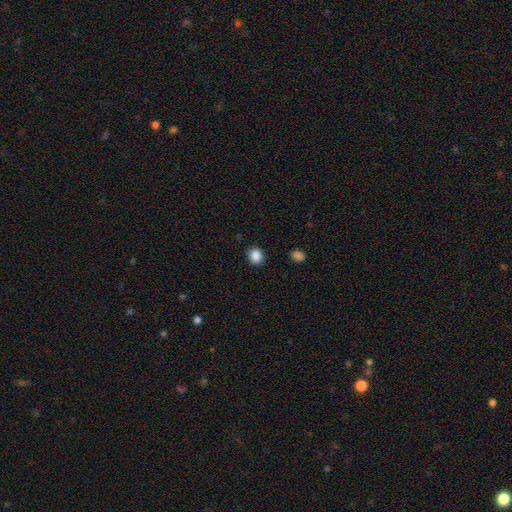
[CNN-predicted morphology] Overall: smooth (87%). How rounded: round (70%). Merging: none (88%).